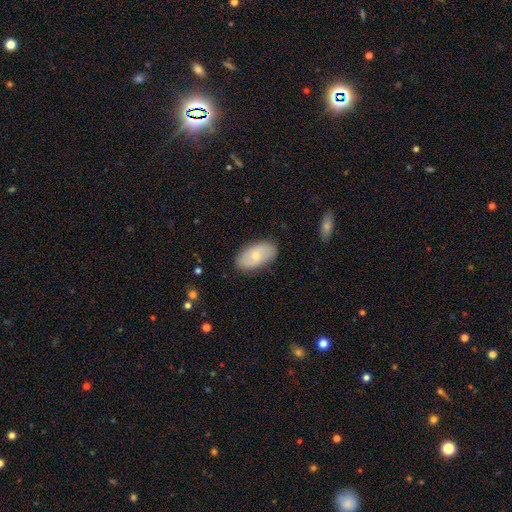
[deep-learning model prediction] Smooth or featured? Predicted: smooth (p=0.55). How rounded? Predicted: in between (p=0.93). Merging? Predicted: none (p=0.84).